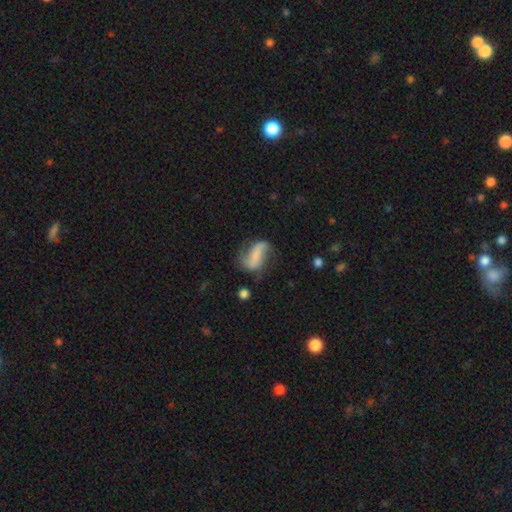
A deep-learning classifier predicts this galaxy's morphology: Overall: featured or disk (63%; smooth 29%). Edge-on disk: no (96%). Bar: strong (39%; no 32%). Spiral arms: yes (87%). Spiral arm count: 2 (86%). Spiral winding: loose (70%). Bulge size: none (53%; small 27%). Merging: none (55%; minor disturbance 24%).